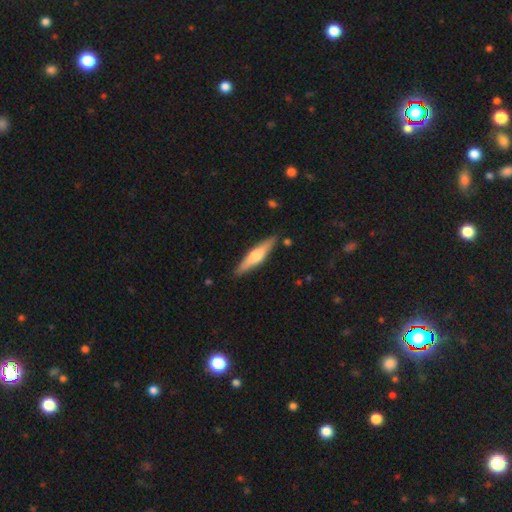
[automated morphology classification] This is possibly a featured or disk galaxy (53%). It is clearly viewed edge-on (94%). Edge-on bulge: clearly rounded (89%). Merging: clearly none (88%).